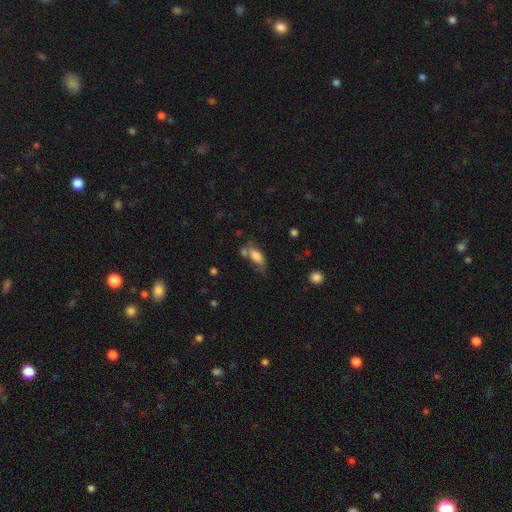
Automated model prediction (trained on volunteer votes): A smooth galaxy with no disk features (73%) that is in between round and cigar-shaped (81%).

Vote fractions:
- Smooth or featured? smooth: 73% / featured or disk: 18% / star or artifact: 9%
- How rounded? in between: 81% / cigar-shaped: 15% / round: 4%
- Merging? none: 40% / minor disturbance: 24% / merger: 23% / major disturbance: 14%